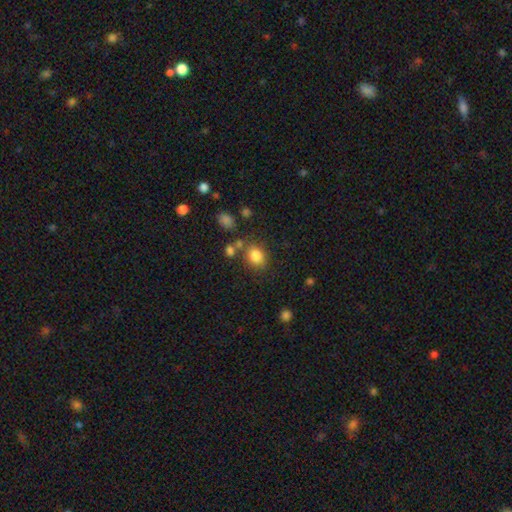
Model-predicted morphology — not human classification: Smooth or featured?
  - smooth: 82% *
  - star or artifact: 11%
  - featured or disk: 7%
How rounded?
  - round: 56% *
  - in between: 43%
  - cigar-shaped: 1%
Merging?
  - none: 70% *
  - minor disturbance: 13%
  - merger: 11%
  - major disturbance: 5%